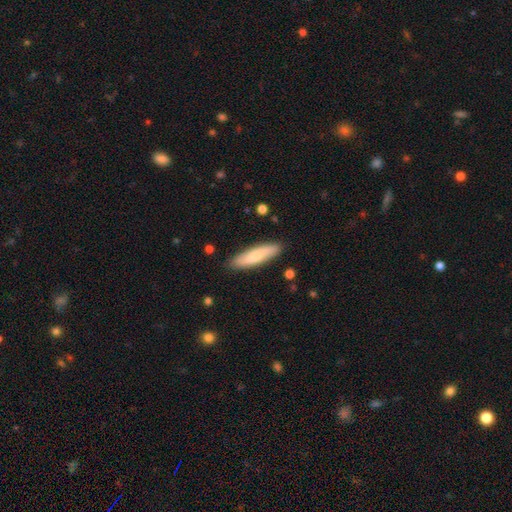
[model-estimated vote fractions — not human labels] Smooth or featured? Predicted: smooth (p=0.70). How rounded? Predicted: cigar-shaped (p=0.71). Merging? Predicted: none (p=0.87).